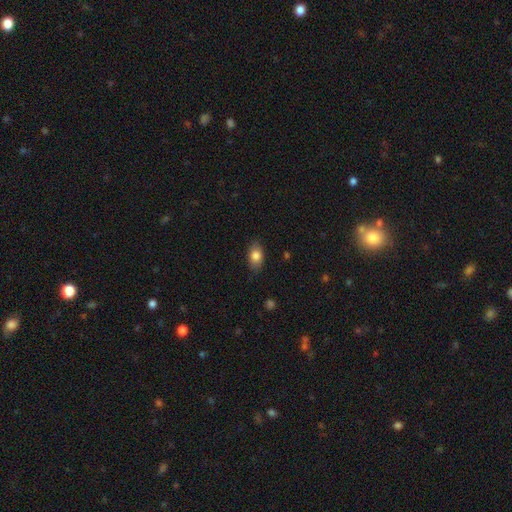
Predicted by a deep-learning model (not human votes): Smooth or featured: smooth — 82% (featured or disk — 11%)
How rounded: in between — 86% (round — 11%)
Merging: none — 81% (minor disturbance — 15%)